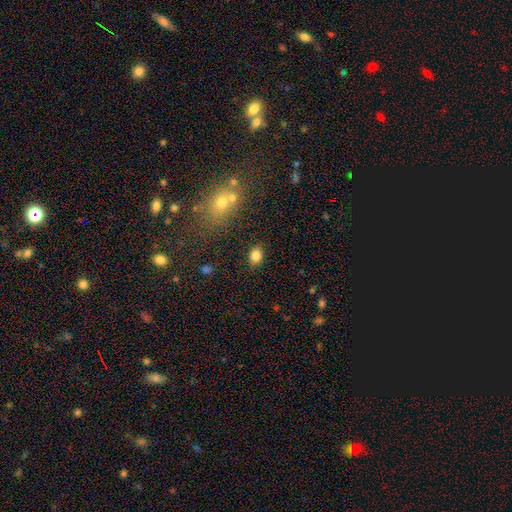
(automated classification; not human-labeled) Q: Smooth or featured?
A: smooth (84%); runner-up: star or artifact (10%)
Q: How rounded?
A: in between (67%); runner-up: round (32%)
Q: Merging?
A: none (85%); runner-up: minor disturbance (9%)